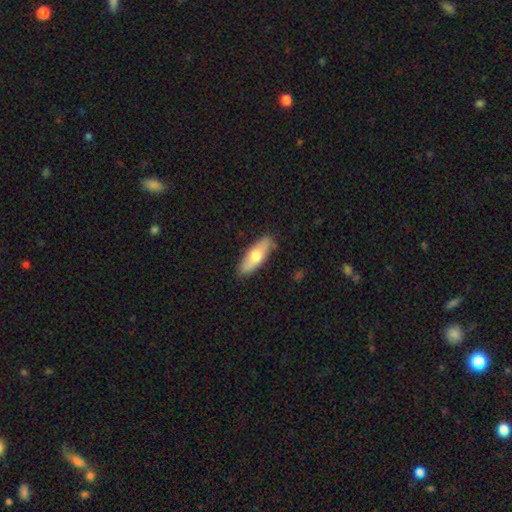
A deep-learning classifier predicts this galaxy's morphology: Smooth or featured? Predicted: smooth (p=0.66). How rounded? Predicted: in between (p=0.58). Merging? Predicted: none (p=0.86).